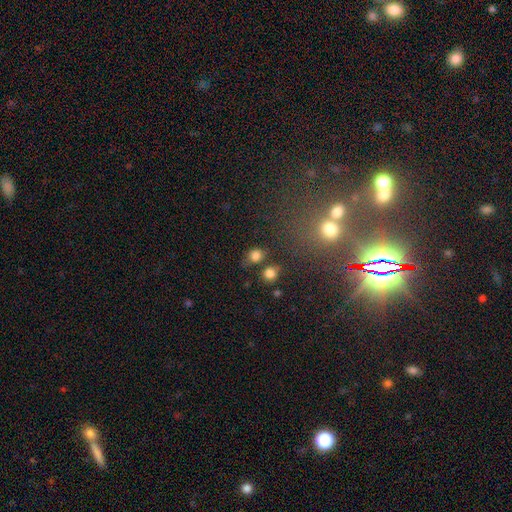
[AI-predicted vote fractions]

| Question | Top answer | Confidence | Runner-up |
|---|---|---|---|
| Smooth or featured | smooth | 81% | star or artifact (12%) |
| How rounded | round | 71% | in between (28%) |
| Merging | none | 66% | merger (16%) |